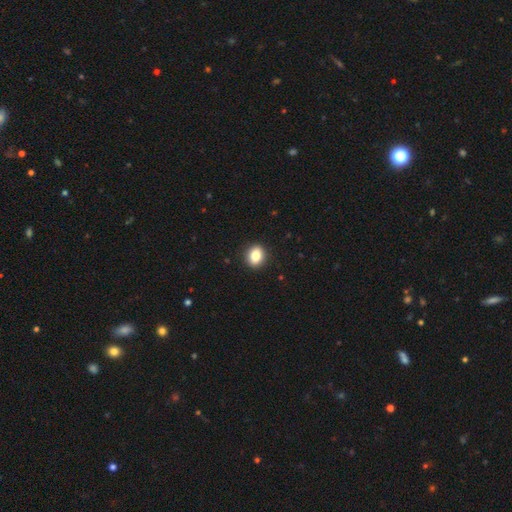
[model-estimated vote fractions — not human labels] Smooth or featured: smooth — 83% (star or artifact — 9%)
How rounded: round — 50% (in between — 49%)
Merging: none — 91% (minor disturbance — 6%)